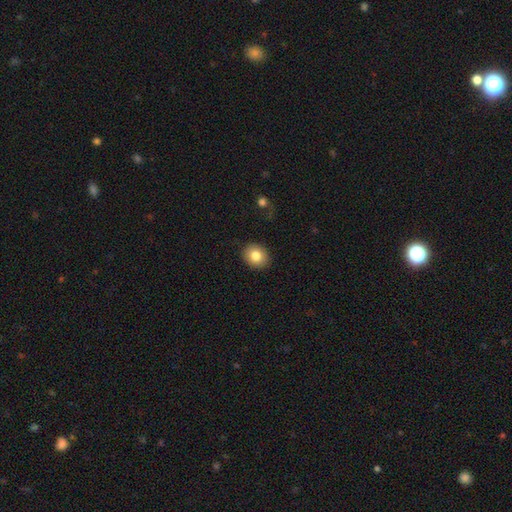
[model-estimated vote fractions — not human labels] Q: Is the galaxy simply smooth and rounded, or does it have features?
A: smooth — 82%.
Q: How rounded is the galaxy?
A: round — 61%.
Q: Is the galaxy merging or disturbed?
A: none — 89%.